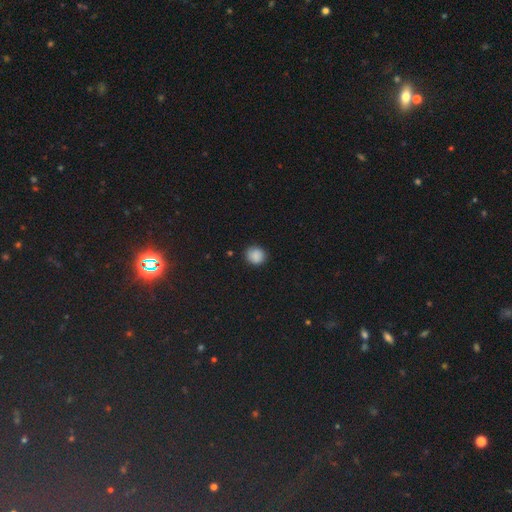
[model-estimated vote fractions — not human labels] smooth_or_featured: smooth (p=0.87) [alt: star or artifact p=0.10]
how_rounded: round (p=0.86) [alt: in between p=0.13]
merging: none (p=0.87) [alt: minor disturbance p=0.10]